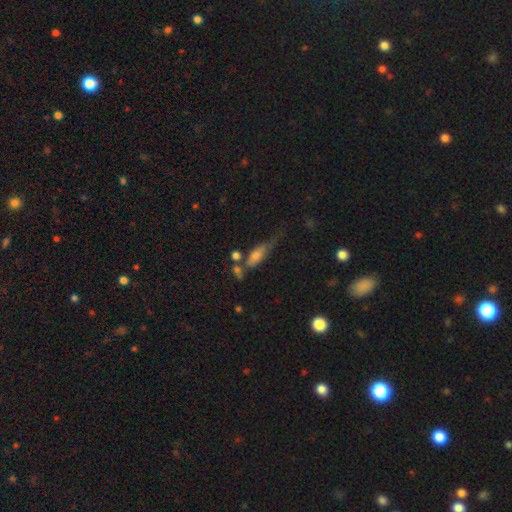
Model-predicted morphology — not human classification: This is likely a smooth galaxy (62%). How rounded: possibly in between (59%). Merging: marginally none (34%).